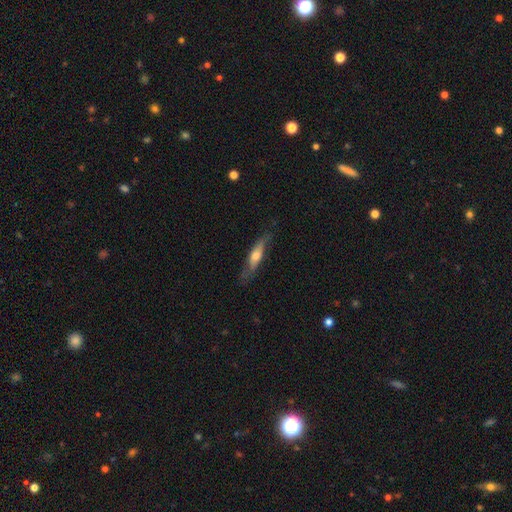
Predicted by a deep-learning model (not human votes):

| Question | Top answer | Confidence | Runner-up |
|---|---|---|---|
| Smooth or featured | featured or disk | 50% | smooth (43%) |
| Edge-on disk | yes | 80% | no (20%) |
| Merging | none | 74% | minor disturbance (19%) |